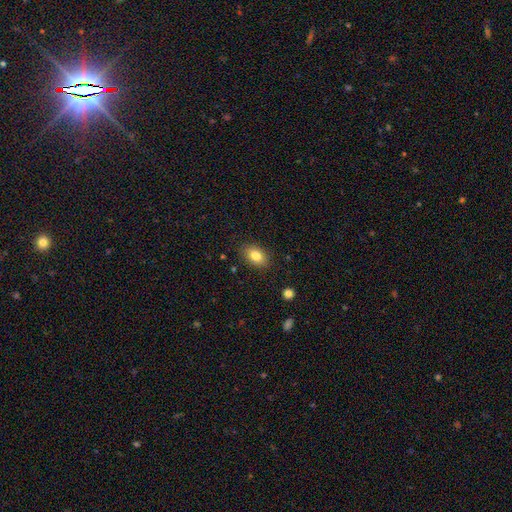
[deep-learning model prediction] Q: Smooth or featured?
A: smooth (83%); runner-up: featured or disk (9%)
Q: How rounded?
A: in between (86%); runner-up: round (12%)
Q: Merging?
A: none (86%); runner-up: minor disturbance (10%)